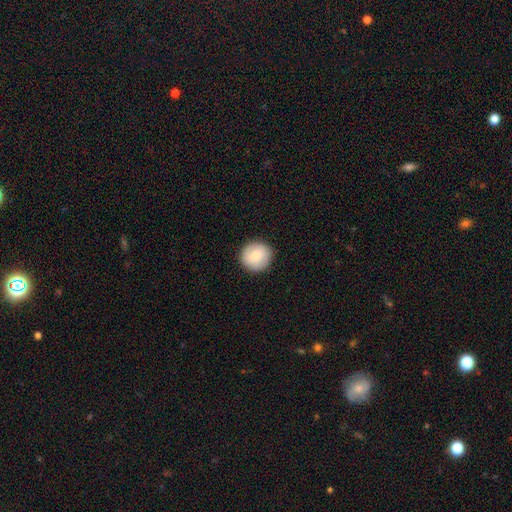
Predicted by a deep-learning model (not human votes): smooth-or-featured: smooth: 80% | featured or disk: 13% | star or artifact: 6%
  how-rounded: round: 92% | in between: 7% | cigar-shaped: 1%
  merging: none: 90% | minor disturbance: 7% | major disturbance: 2% | merger: 1%